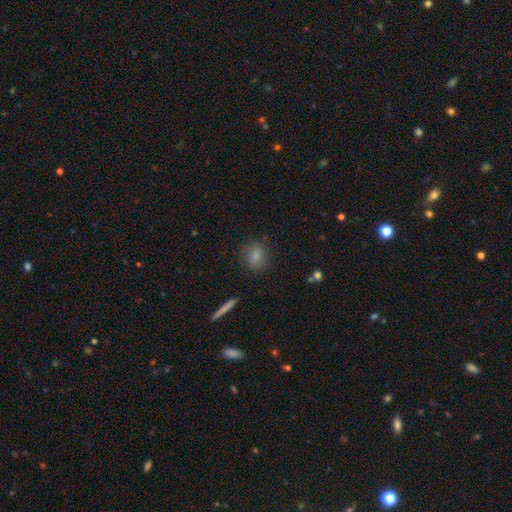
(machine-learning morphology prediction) A smooth galaxy with no disk features (81%) that is round (65%). Merging: none (82%).